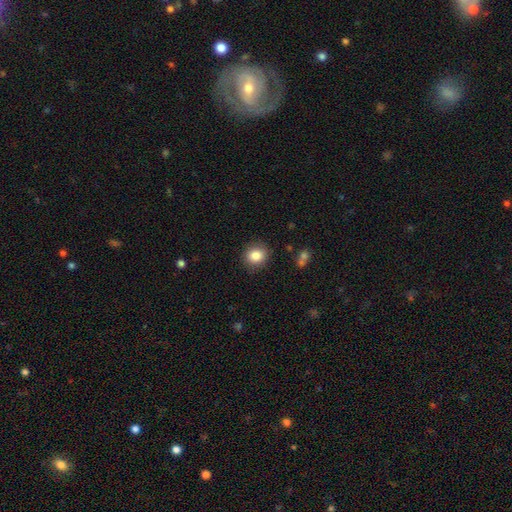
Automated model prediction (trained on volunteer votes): This is clearly a smooth galaxy (84%). How rounded: likely round (76%). Merging: clearly none (87%).